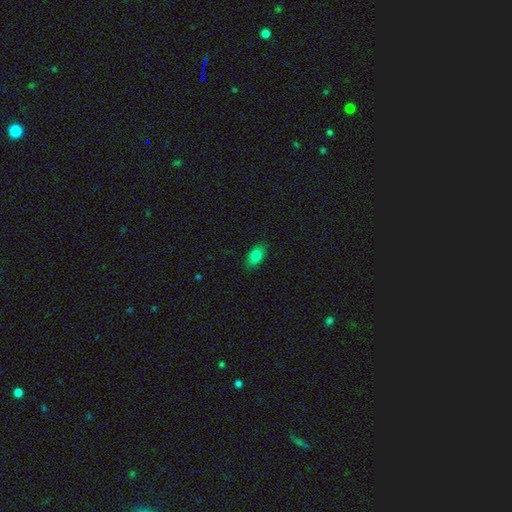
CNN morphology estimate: smooth 83%, star or artifact 9%, featured or disk 8%. Down the decision tree: how rounded — in between (90%); merging — none (87%).